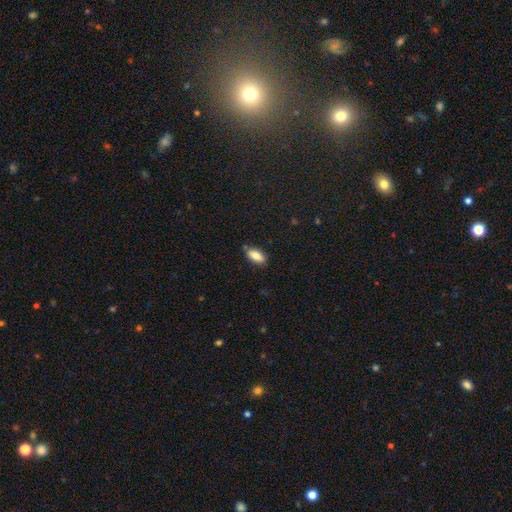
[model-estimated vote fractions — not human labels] Smooth or featured?
  - smooth: 85% *
  - featured or disk: 8%
  - star or artifact: 7%
How rounded?
  - in between: 85% *
  - cigar-shaped: 12%
  - round: 3%
Merging?
  - none: 79% *
  - minor disturbance: 15%
  - merger: 3%
  - major disturbance: 3%